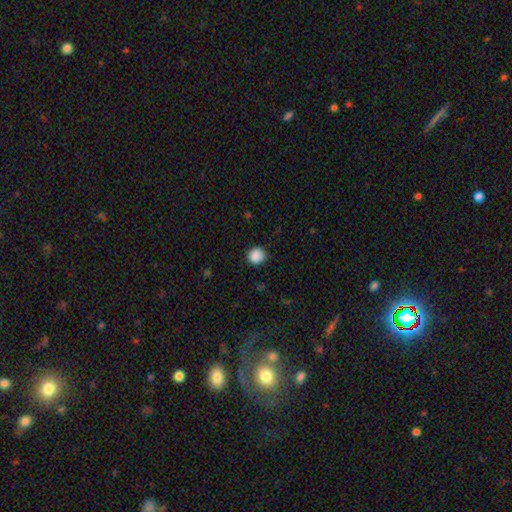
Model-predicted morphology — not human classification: Smooth or featured? Predicted: smooth (p=0.88). How rounded? Predicted: round (p=0.88). Merging? Predicted: none (p=0.85).